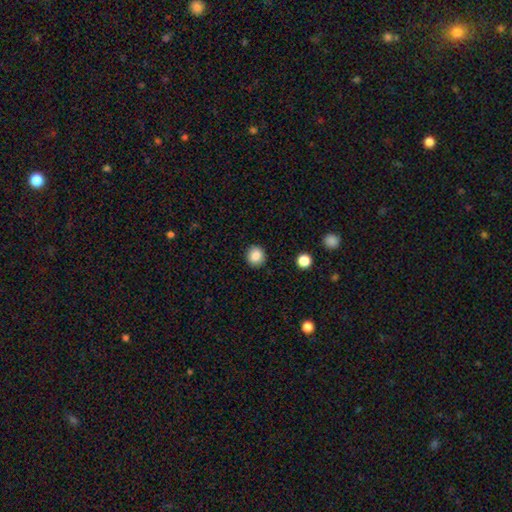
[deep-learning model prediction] Smooth or featured? smooth (86%)
How rounded? round (87%)
Merging? none (90%)